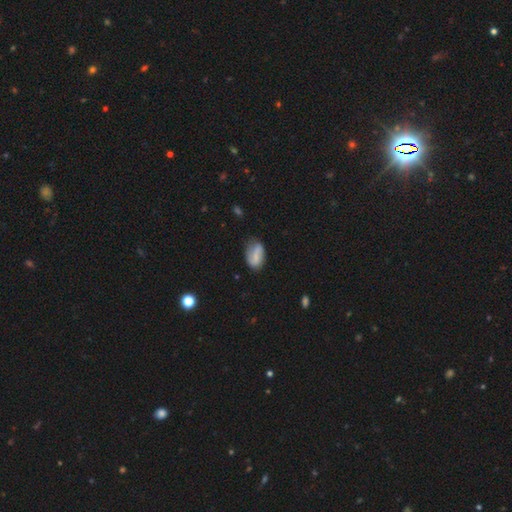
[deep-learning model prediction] This appears to be a smooth galaxy with no disk features (54%) that is in between round and cigar-shaped (89%). Merging: none (61%).